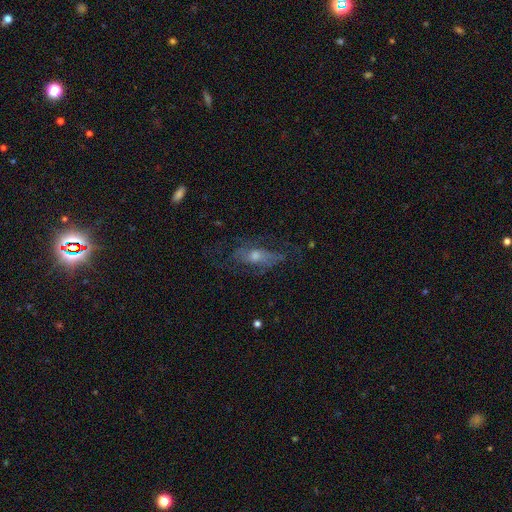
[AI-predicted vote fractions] A featured or disk galaxy (58%).

Vote fractions:
- Smooth or featured? featured or disk: 58% / smooth: 29% / star or artifact: 13%
- Edge-on disk? no: 81% / yes: 19%
- Merging? none: 54% / major disturbance: 23% / minor disturbance: 21% / merger: 2%